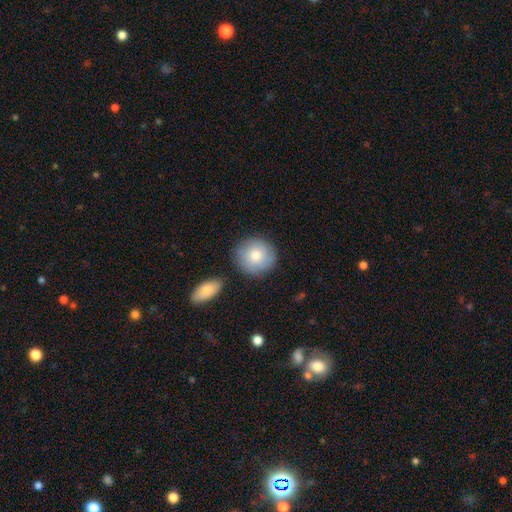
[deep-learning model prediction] A smooth galaxy with no disk features (79%) that is round (91%).

Vote fractions:
- Smooth or featured? smooth: 79% / featured or disk: 15% / star or artifact: 6%
- How rounded? round: 91% / in between: 8% / cigar-shaped: 1%
- Merging? none: 81% / minor disturbance: 11% / merger: 5% / major disturbance: 3%